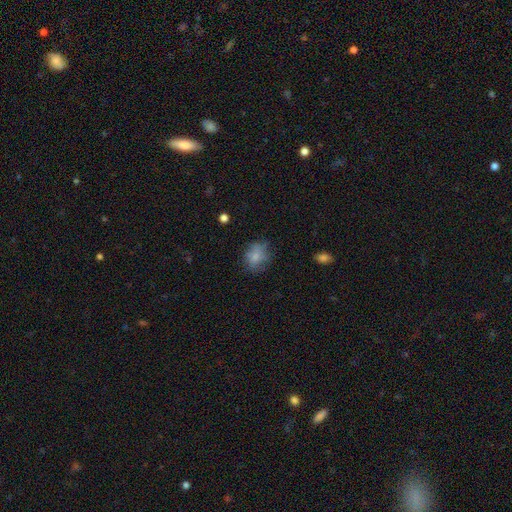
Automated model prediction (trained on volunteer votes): smooth 75%, featured or disk 15%, star or artifact 10%. Down the decision tree: how rounded — round (60%); merging — none (63%).